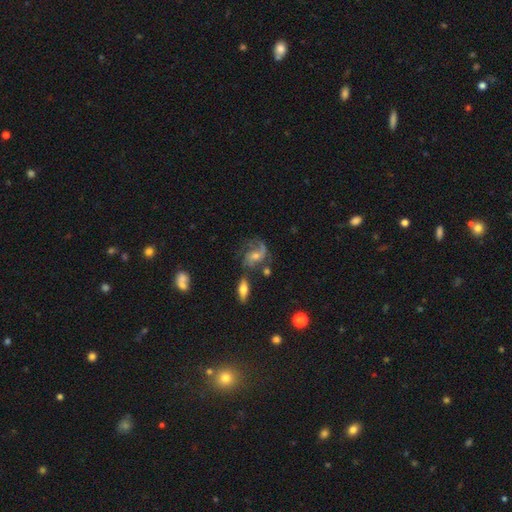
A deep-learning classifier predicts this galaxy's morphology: This appears to be a featured or disk galaxy (73%) with no bar (59%), 2 (59%) medium (43%) spiral arms (91%) and a moderate central bulge (46%). Merging: none (49%).